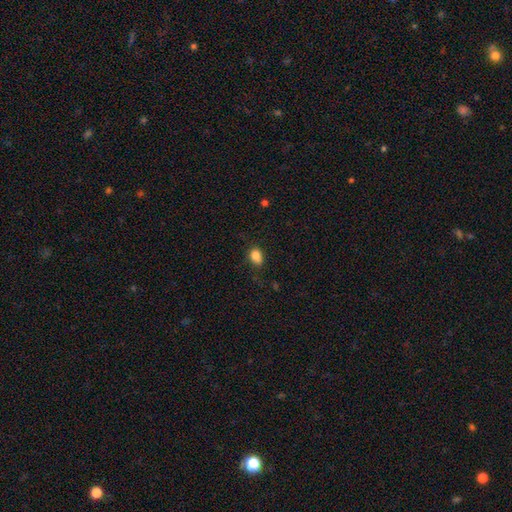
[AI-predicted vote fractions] Morphology: type=smooth (84%); roundness=in between (66%); merging=none (71%).